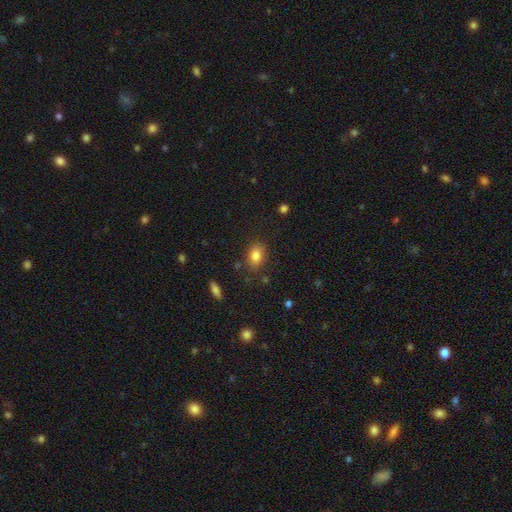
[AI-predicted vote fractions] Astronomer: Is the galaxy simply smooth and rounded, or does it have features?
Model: smooth — 82%.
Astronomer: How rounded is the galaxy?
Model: in between — 77%.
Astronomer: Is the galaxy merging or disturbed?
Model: none — 81%.